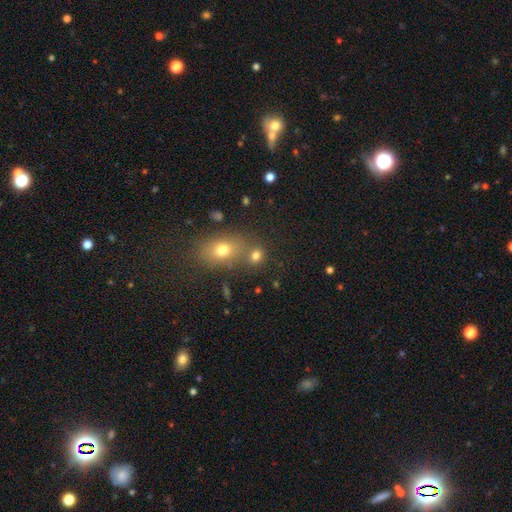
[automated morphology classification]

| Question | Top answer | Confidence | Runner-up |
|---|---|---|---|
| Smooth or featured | smooth | 75% | star or artifact (16%) |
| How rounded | round | 65% | in between (33%) |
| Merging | none | 61% | merger (26%) |